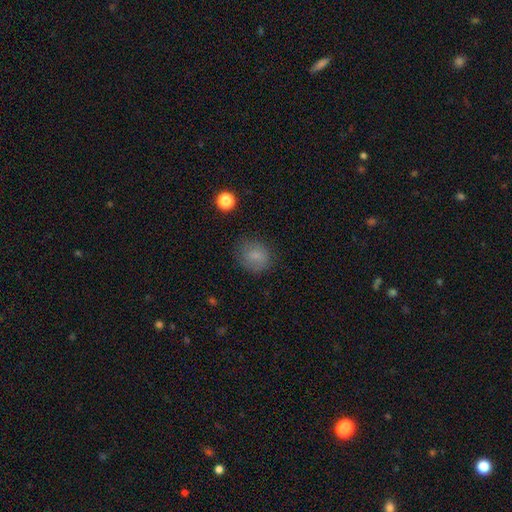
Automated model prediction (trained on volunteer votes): The model was most divided on "how rounded": round: 69%, in between: 30%, cigar-shaped: 1%. More confident: smooth or featured — smooth (79%); merging — none (75%).